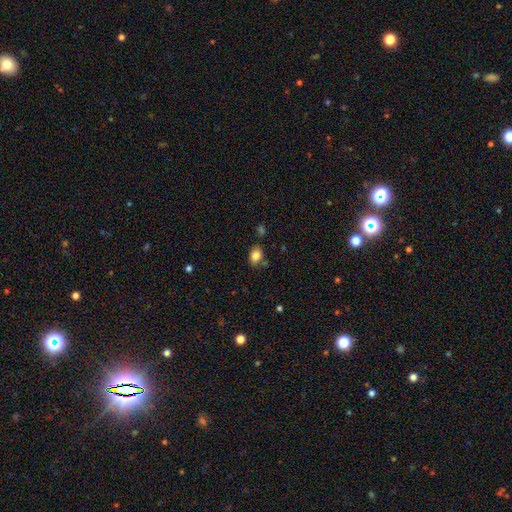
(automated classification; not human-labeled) A smooth galaxy with no disk features (84%) that is in between round and cigar-shaped (72%).

Vote fractions:
- Smooth or featured? smooth: 84% / star or artifact: 10% / featured or disk: 6%
- How rounded? in between: 72% / round: 27% / cigar-shaped: 1%
- Merging? none: 75% / minor disturbance: 15% / merger: 6% / major disturbance: 4%